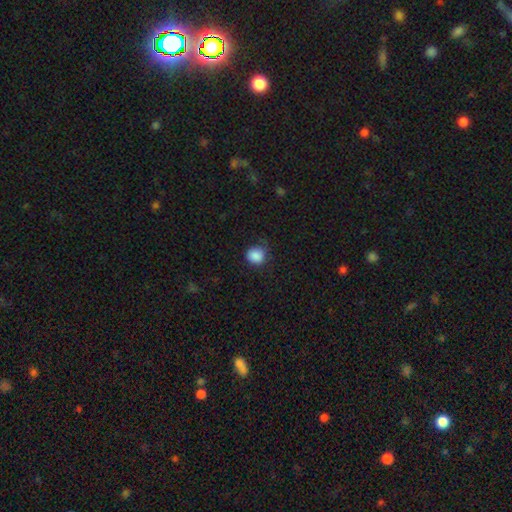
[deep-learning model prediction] smooth_or_featured: smooth (p=0.88) [alt: star or artifact p=0.09]
how_rounded: round (p=0.78) [alt: in between p=0.21]
merging: none (p=0.70) [alt: minor disturbance p=0.23]